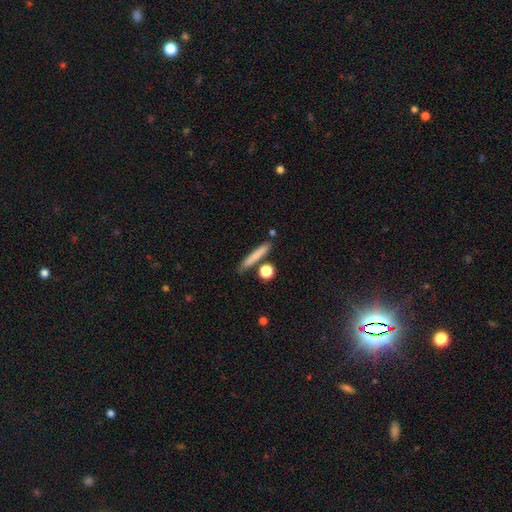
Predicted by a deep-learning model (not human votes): Morphology: type=smooth (76%); roundness=cigar-shaped (87%); merging=none (79%).